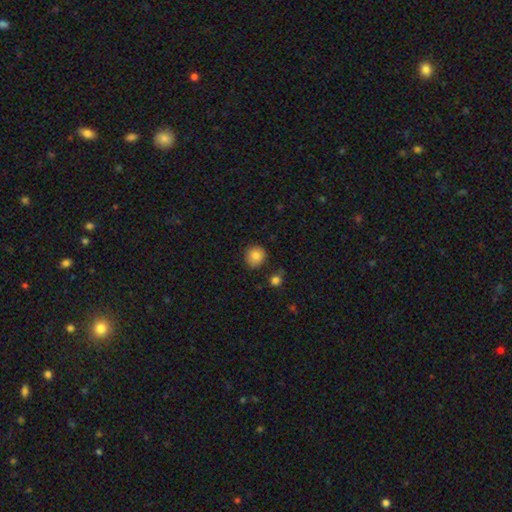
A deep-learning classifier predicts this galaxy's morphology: Smooth or featured: smooth — 85% (star or artifact — 9%)
How rounded: round — 90% (in between — 9%)
Merging: none — 83% (minor disturbance — 11%)